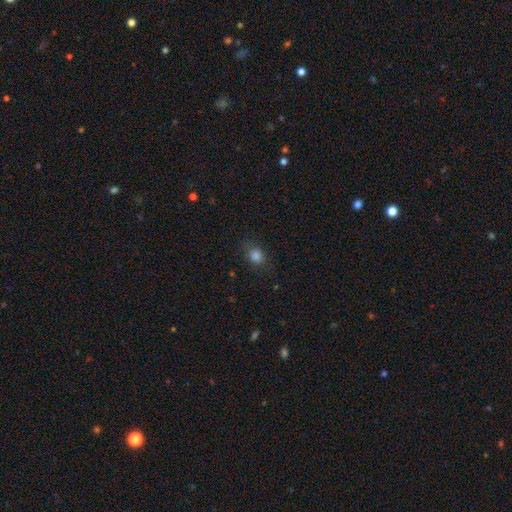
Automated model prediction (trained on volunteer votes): Overall: smooth (81%). How rounded: round (57%; in between 41%). Merging: none (79%).